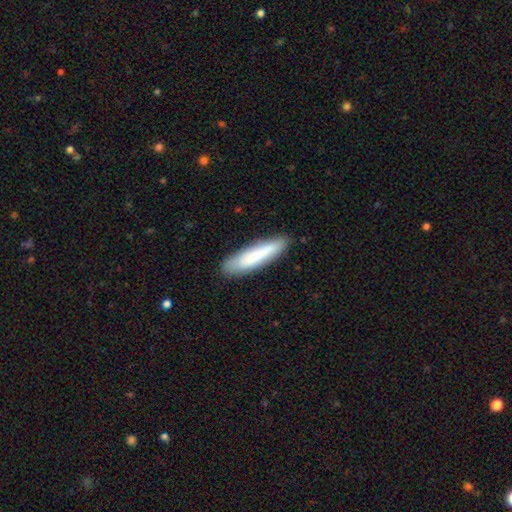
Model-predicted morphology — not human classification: type=smooth (76%); roundness=cigar-shaped (80%); merging=none (85%).